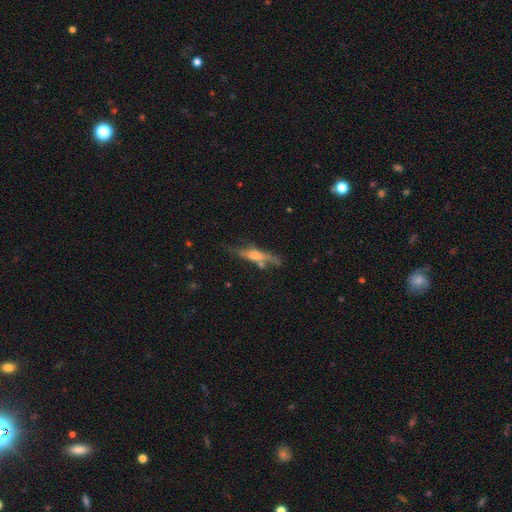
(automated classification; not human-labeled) Smooth or featured? featured or disk (48%)
Merging? none (47%)